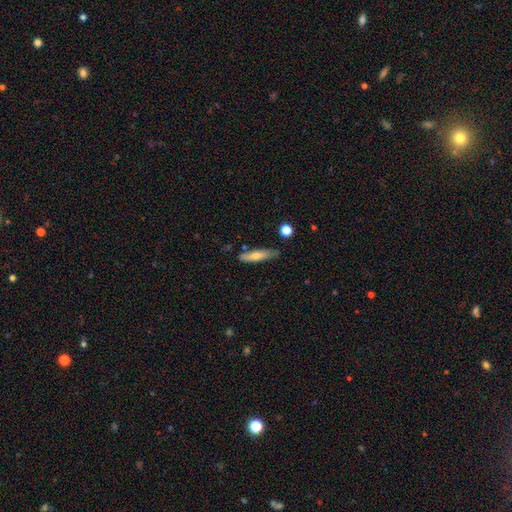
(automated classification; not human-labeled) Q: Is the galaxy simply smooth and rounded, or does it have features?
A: smooth — 67%.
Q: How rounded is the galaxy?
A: cigar-shaped — 77%.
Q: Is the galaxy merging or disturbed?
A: none — 72%.